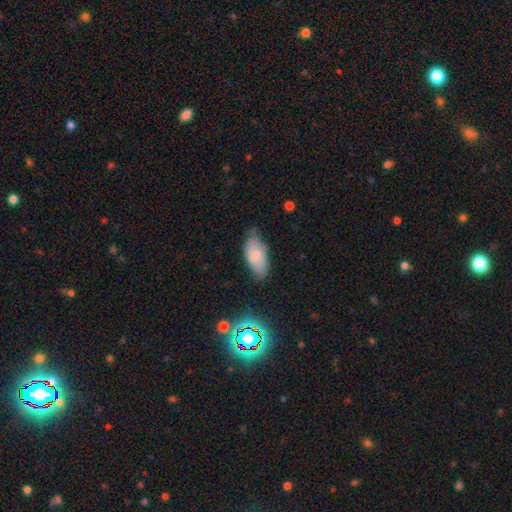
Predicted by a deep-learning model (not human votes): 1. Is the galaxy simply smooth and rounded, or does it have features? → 77% smooth, 14% featured or disk, 9% star or artifact.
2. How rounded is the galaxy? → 91% in between, 6% cigar-shaped, 2% round.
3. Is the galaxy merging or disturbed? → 64% none, 28% minor disturbance, 6% major disturbance, 2% merger.